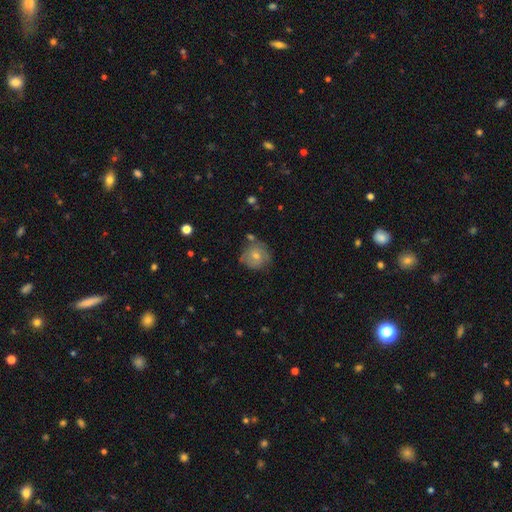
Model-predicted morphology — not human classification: Smooth or featured? smooth (53%)
How rounded? round (85%)
Merging? none (61%)